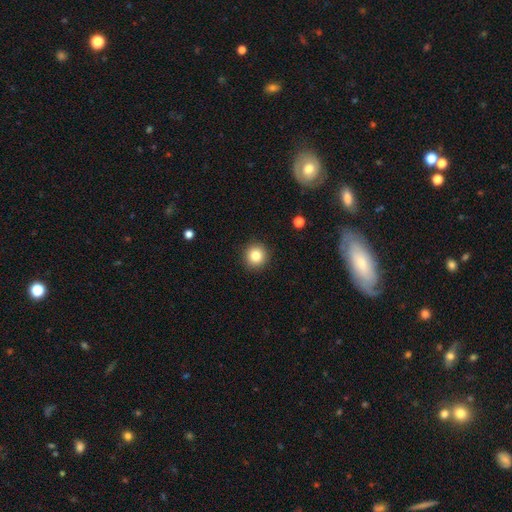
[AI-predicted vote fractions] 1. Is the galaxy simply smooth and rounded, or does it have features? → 83% smooth, 10% star or artifact, 6% featured or disk.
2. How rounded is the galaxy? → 94% round, 5% in between, 1% cigar-shaped.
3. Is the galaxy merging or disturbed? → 92% none, 5% minor disturbance, 2% major disturbance, 1% merger.